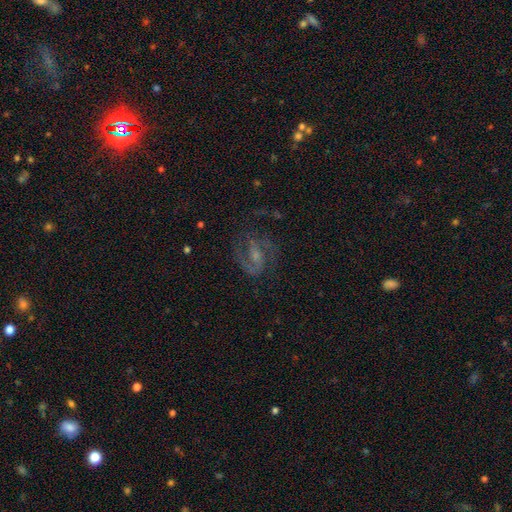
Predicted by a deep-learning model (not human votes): Q: Smooth or featured?
A: featured or disk (84%); runner-up: star or artifact (8%)
Q: Edge-on disk?
A: no (98%); runner-up: yes (2%)
Q: Bar?
A: weak (49%); runner-up: no (28%)
Q: Spiral arms?
A: yes (95%); runner-up: no (5%)
Q: Spiral winding?
A: medium (58%); runner-up: tight (22%)
Q: Spiral arm count?
A: 2 (85%); runner-up: can't tell (5%)
Q: Bulge size?
A: small (54%); runner-up: moderate (31%)
Q: Merging?
A: none (70%); runner-up: minor disturbance (15%)